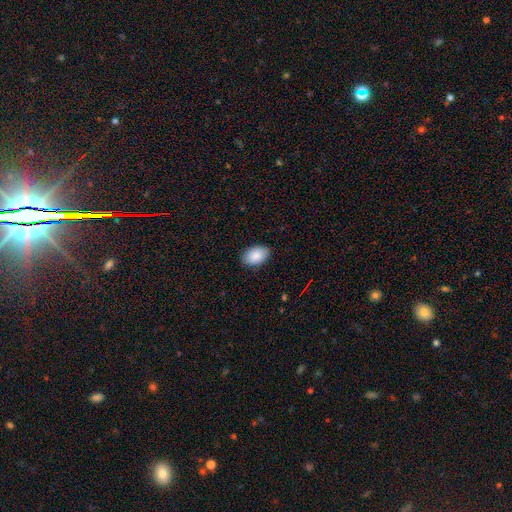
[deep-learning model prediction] Morphology: type=smooth (88%); roundness=in between (88%); merging=none (85%).